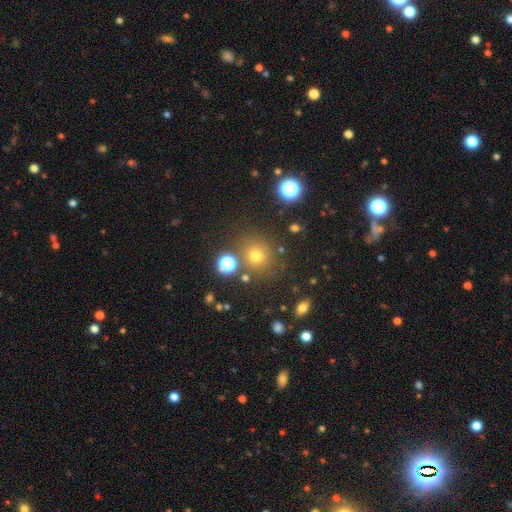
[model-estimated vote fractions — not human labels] Q: Smooth or featured?
A: smooth (66%); runner-up: star or artifact (25%)
Q: How rounded?
A: round (89%); runner-up: in between (10%)
Q: Merging?
A: none (81%); runner-up: minor disturbance (9%)